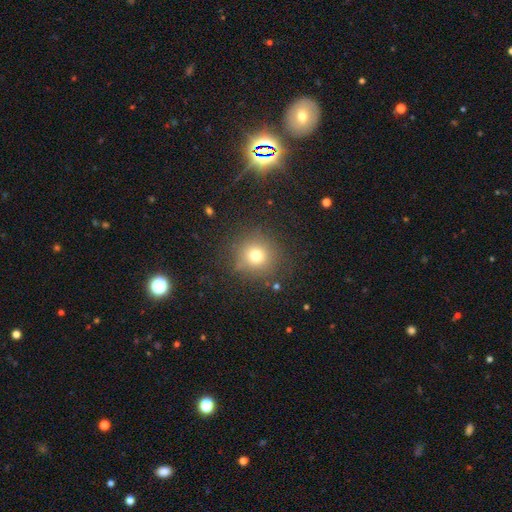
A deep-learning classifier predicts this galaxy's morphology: The model was most divided on "smooth or featured": smooth: 72%, star or artifact: 17%, featured or disk: 11%. More confident: how rounded — round (92%); merging — none (84%).